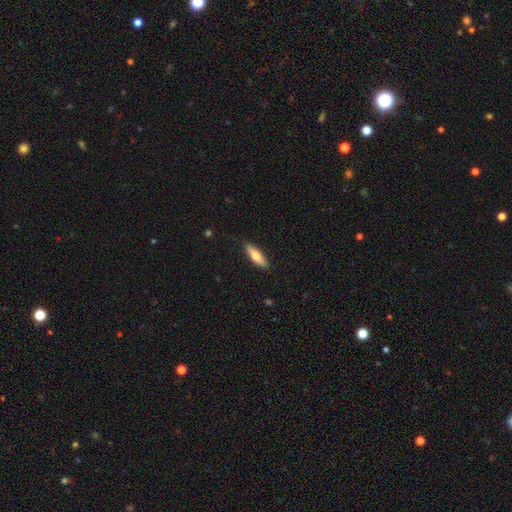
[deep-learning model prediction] smooth 71%, featured or disk 23%, star or artifact 5%. Down the decision tree: how rounded — cigar-shaped (60%); merging — none (87%).